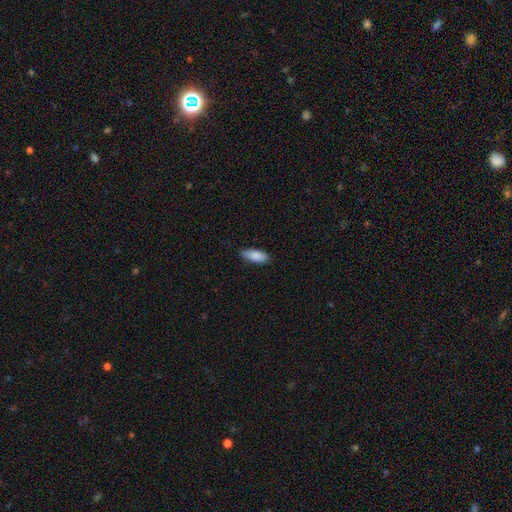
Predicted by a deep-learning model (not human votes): smooth 87%, featured or disk 7%, star or artifact 6%. Down the decision tree: how rounded — in between (80%); merging — none (83%).